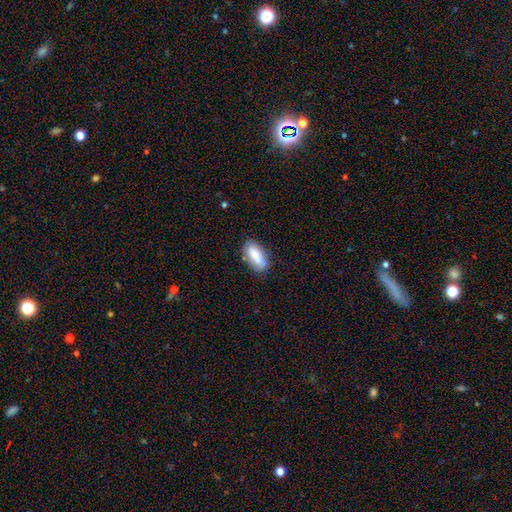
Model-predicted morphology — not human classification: smooth-or-featured: smooth: 81% | featured or disk: 12% | star or artifact: 7%
  how-rounded: in between: 83% | cigar-shaped: 14% | round: 3%
  merging: none: 77% | minor disturbance: 17% | major disturbance: 4% | merger: 3%